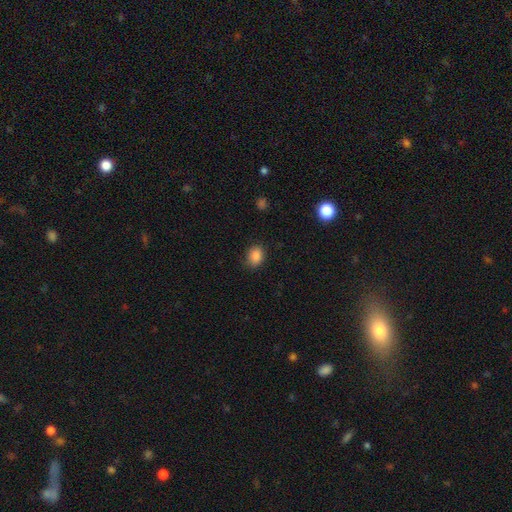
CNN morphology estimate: smooth_or_featured: smooth (p=0.87) [alt: star or artifact p=0.09]
how_rounded: in between (p=0.65) [alt: round p=0.34]
merging: none (p=0.81) [alt: minor disturbance p=0.15]